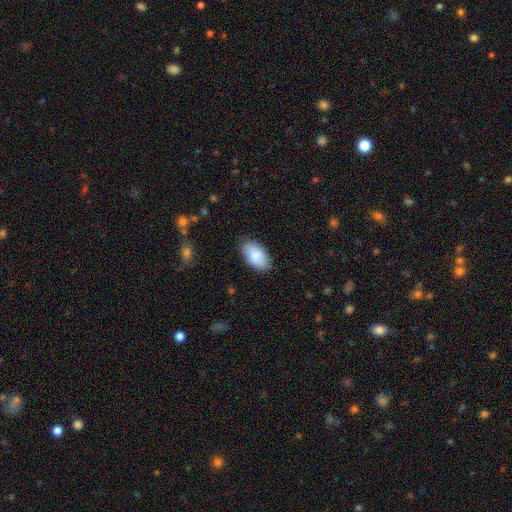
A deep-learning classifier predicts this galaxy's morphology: type=smooth (86%); roundness=in between (95%); merging=none (82%).